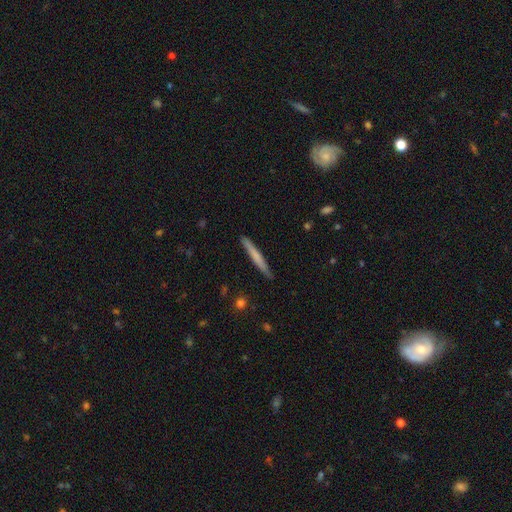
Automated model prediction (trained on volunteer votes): Morphology: type=smooth (61%); roundness=cigar-shaped (97%); merging=none (90%).